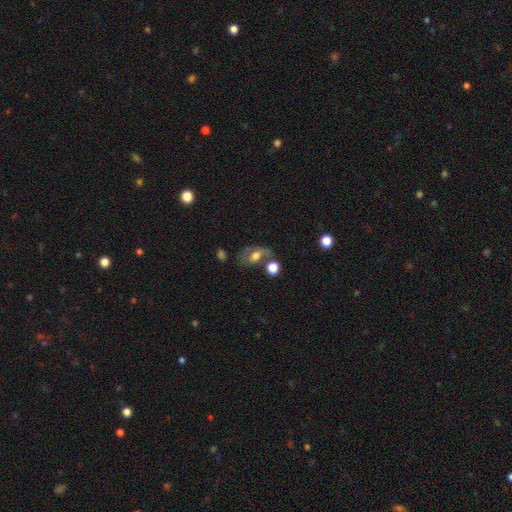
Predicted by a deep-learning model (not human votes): This is possibly a smooth galaxy (51%). How rounded: likely in between (75%). Merging: marginally none (41%).